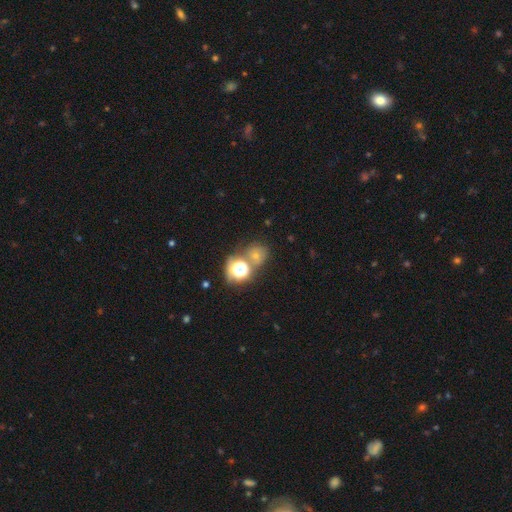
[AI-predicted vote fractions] Smooth or featured: smooth — 53% (star or artifact — 34%)
How rounded: round — 79% (in between — 20%)
Merging: none — 60% (merger — 22%)